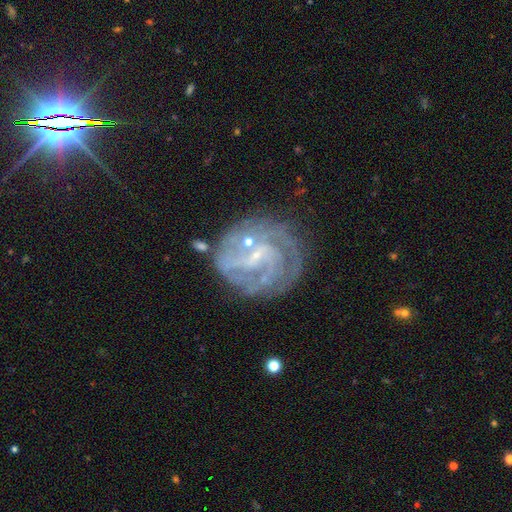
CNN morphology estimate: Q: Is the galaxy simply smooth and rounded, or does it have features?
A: featured or disk — 79%.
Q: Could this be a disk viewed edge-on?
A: no — 97%.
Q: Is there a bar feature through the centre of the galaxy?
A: weak — 44%.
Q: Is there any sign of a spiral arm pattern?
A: yes — 86%.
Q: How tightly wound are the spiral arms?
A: tight — 59%.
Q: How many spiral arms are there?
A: can't tell — 37%.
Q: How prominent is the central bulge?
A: small — 75%.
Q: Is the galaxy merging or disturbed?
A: none — 64%.